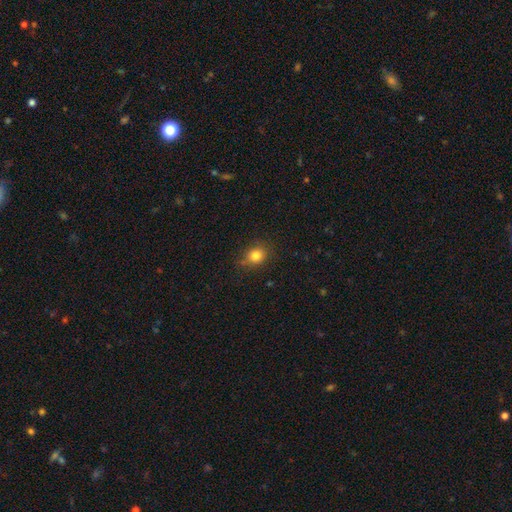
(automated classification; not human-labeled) The model was most divided on "how rounded": round: 71%, in between: 28%, cigar-shaped: 1%. More confident: smooth or featured — smooth (82%); merging — none (78%).